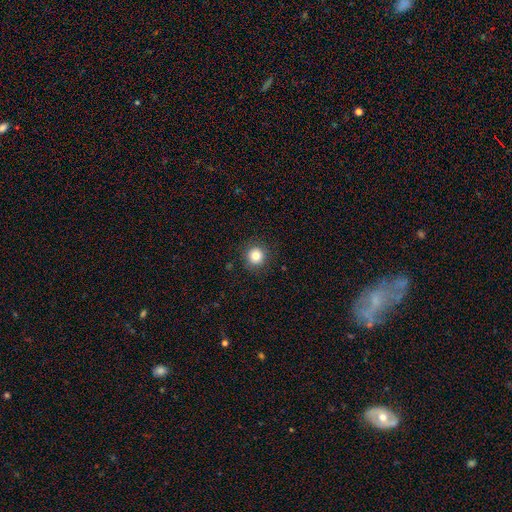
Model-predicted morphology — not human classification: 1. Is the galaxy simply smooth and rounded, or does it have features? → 81% smooth, 12% star or artifact, 7% featured or disk.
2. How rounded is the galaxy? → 94% round, 5% in between, 1% cigar-shaped.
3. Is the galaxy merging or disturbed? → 91% none, 6% minor disturbance, 2% major disturbance, 1% merger.